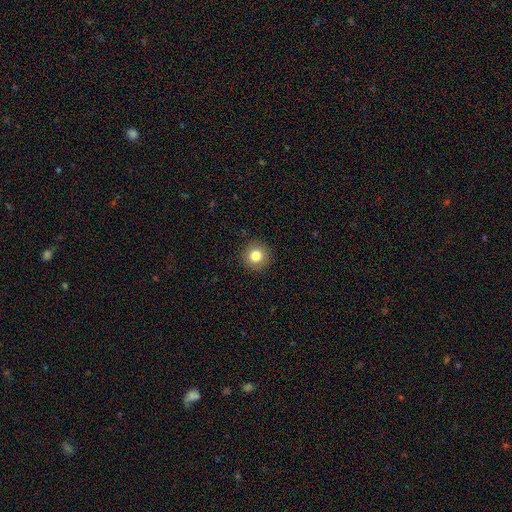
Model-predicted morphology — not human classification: This appears to be a smooth galaxy with no disk features (82%) that is round (95%). Merging: none (92%).